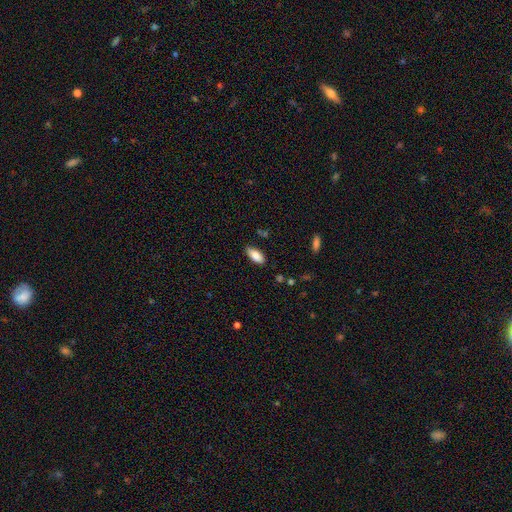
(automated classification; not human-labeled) Smooth or featured: smooth — 87% (featured or disk — 7%)
How rounded: in between — 87% (cigar-shaped — 12%)
Merging: none — 84% (minor disturbance — 12%)